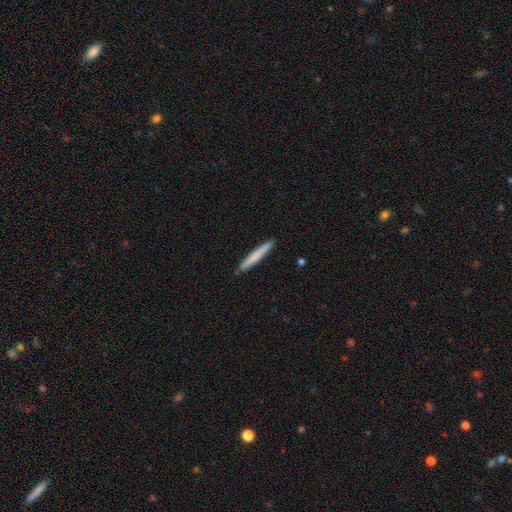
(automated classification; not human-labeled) This appears to be a smooth galaxy with no disk features (68%) that is cigar-shaped (96%). Merging: none (91%).